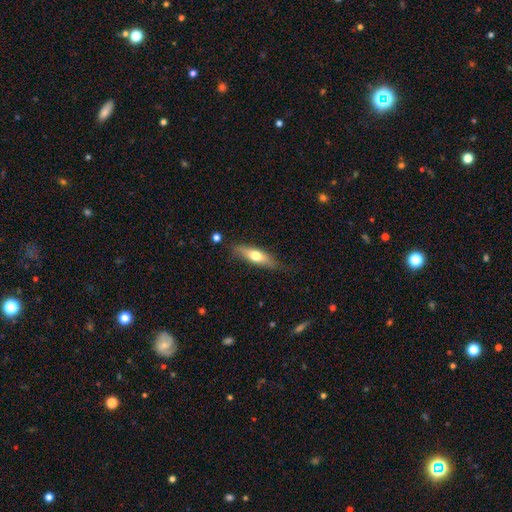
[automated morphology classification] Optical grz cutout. It shows a smooth galaxy with no disk features (58%) that is cigar-shaped (53%). Merging: none (73%).